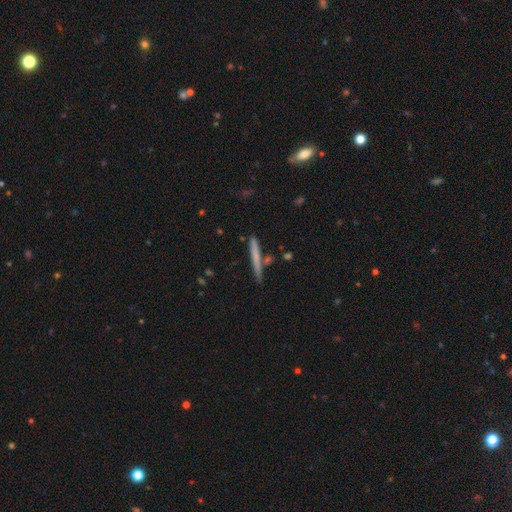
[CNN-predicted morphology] A smooth galaxy with no disk features (60%) that is cigar-shaped (96%). Merging: none (81%).